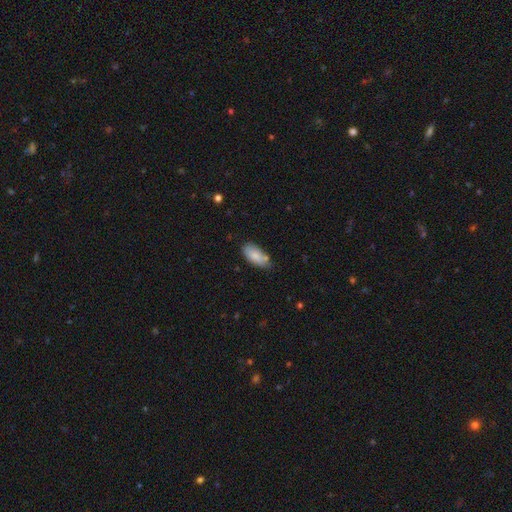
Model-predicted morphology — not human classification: smooth_or_featured: smooth (p=0.84) [alt: featured or disk p=0.10]
how_rounded: in between (p=0.90) [alt: cigar-shaped p=0.08]
merging: none (p=0.66) [alt: minor disturbance p=0.25]